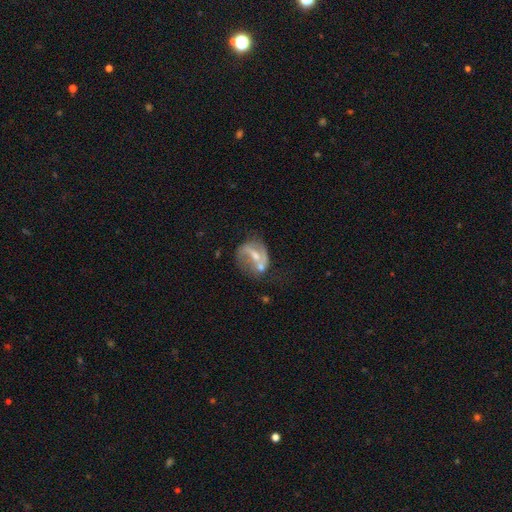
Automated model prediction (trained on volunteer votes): Smooth or featured?
  - featured or disk: 64% *
  - smooth: 27%
  - star or artifact: 9%
Edge-on disk?
  - no: 96% *
  - yes: 4%
Bar?
  - weak: 42% *
  - no: 34%
  - strong: 25%
Spiral arms?
  - yes: 60% *
  - no: 40%
Bulge size?
  - moderate: 44% *
  - small: 39%
  - none: 12%
  - large: 3%
  - dominant: 1%
Merging?
  - none: 32% *
  - merger: 27%
  - major disturbance: 22%
  - minor disturbance: 19%